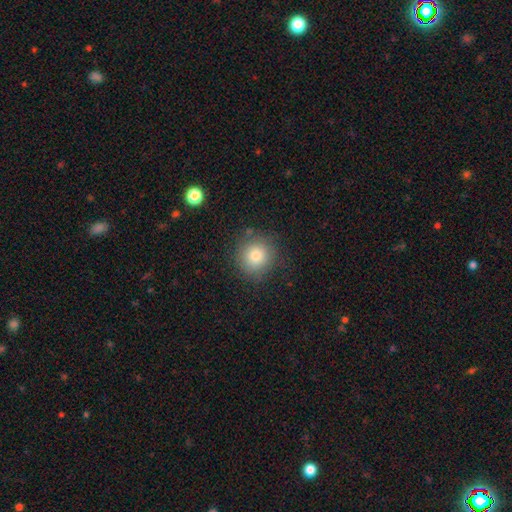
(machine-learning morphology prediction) Smooth or featured?
  - smooth: 78% *
  - star or artifact: 12%
  - featured or disk: 10%
How rounded?
  - round: 92% *
  - in between: 7%
  - cigar-shaped: 1%
Merging?
  - none: 84% *
  - minor disturbance: 11%
  - major disturbance: 4%
  - merger: 2%